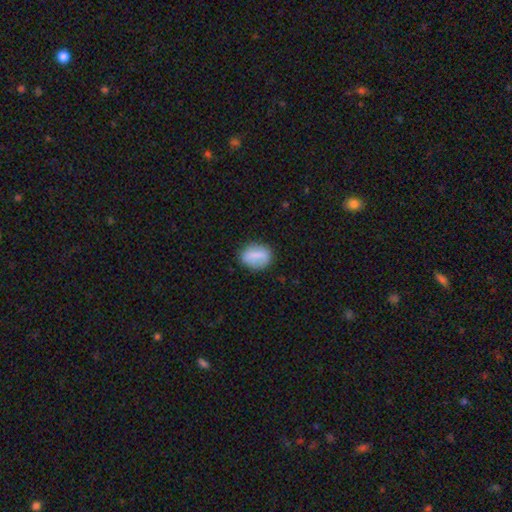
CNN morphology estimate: Smooth or featured: smooth — 74% (featured or disk — 18%)
How rounded: in between — 64% (round — 34%)
Merging: none — 75% (minor disturbance — 18%)